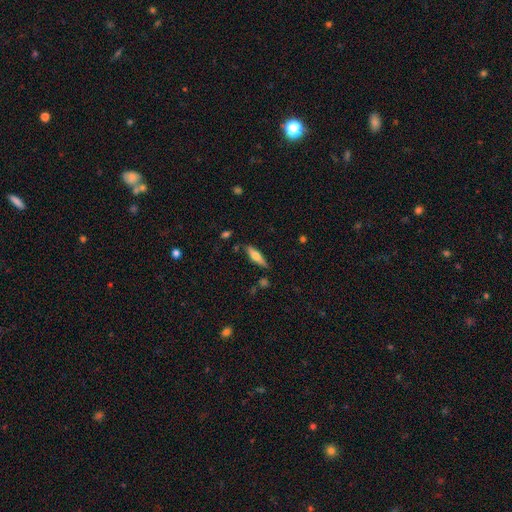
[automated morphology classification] A smooth galaxy with no disk features (54%) that is cigar-shaped (63%).

Vote fractions:
- Smooth or featured? smooth: 54% / featured or disk: 40% / star or artifact: 6%
- How rounded? cigar-shaped: 63% / in between: 35% / round: 2%
- Merging? none: 82% / minor disturbance: 13% / merger: 3% / major disturbance: 3%